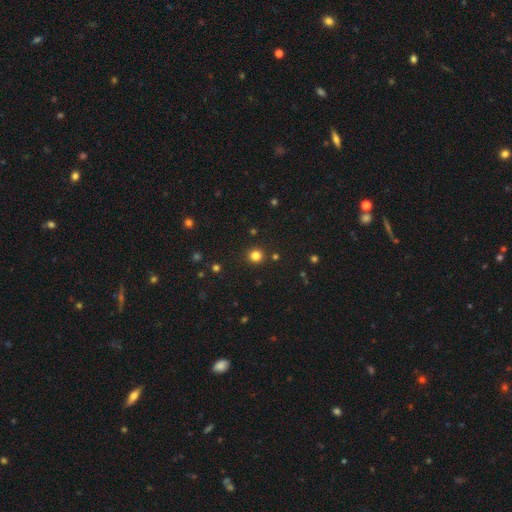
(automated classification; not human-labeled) smooth-or-featured: smooth: 81% | star or artifact: 15% | featured or disk: 4%
  how-rounded: round: 93% | in between: 6% | cigar-shaped: 1%
  merging: none: 91% | minor disturbance: 5% | merger: 2% | major disturbance: 2%